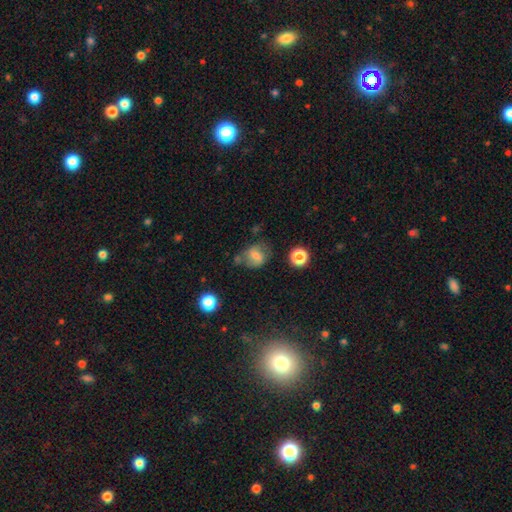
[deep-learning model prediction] Smooth or featured?
  - smooth: 64% *
  - featured or disk: 23%
  - star or artifact: 13%
How rounded?
  - round: 58% *
  - in between: 40%
  - cigar-shaped: 1%
Merging?
  - none: 55% *
  - minor disturbance: 24%
  - major disturbance: 11%
  - merger: 10%